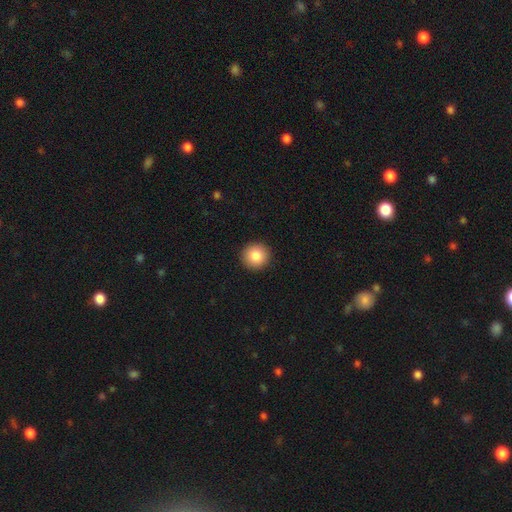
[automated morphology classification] A smooth galaxy with no disk features (87%) that is round (95%).

Vote fractions:
- Smooth or featured? smooth: 87% / star or artifact: 8% / featured or disk: 5%
- How rounded? round: 95% / in between: 4% / cigar-shaped: 1%
- Merging? none: 93% / minor disturbance: 5% / major disturbance: 2% / merger: 1%